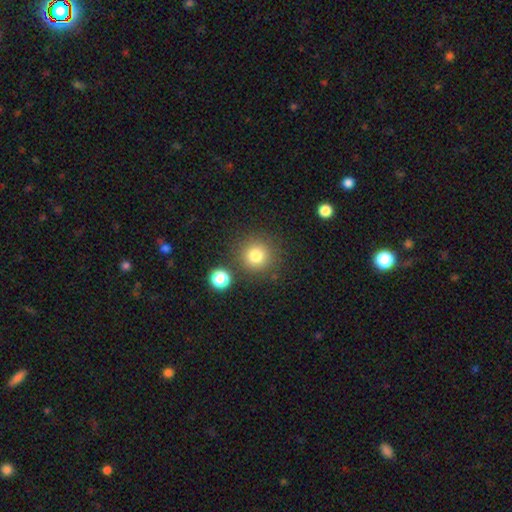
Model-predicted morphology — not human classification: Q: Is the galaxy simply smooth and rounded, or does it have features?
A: smooth — 80%.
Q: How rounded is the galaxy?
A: round — 94%.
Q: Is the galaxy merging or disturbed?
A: none — 82%.